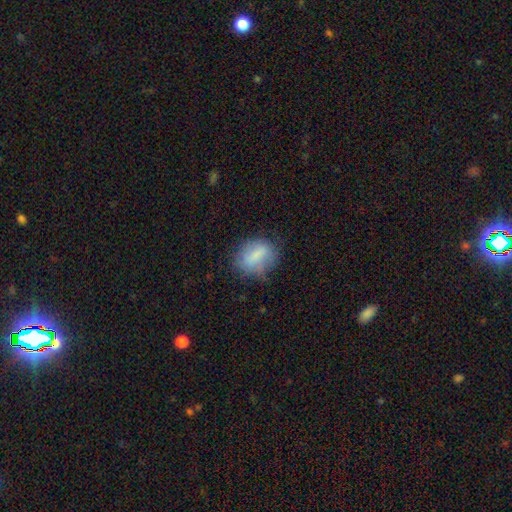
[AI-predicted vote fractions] Smooth or featured: smooth — 74% (featured or disk — 17%)
How rounded: in between — 67% (round — 30%)
Merging: none — 65% (minor disturbance — 24%)